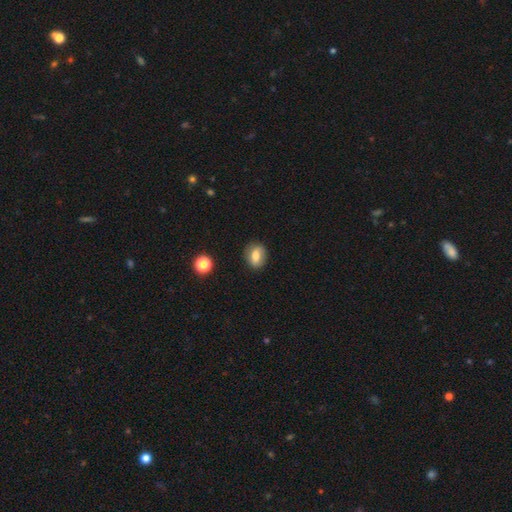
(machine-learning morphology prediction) A smooth galaxy with no disk features (66%) that is in between round and cigar-shaped (52%). Merging: none (86%).